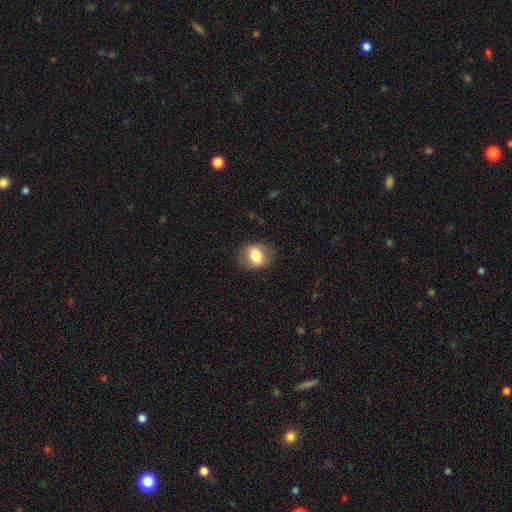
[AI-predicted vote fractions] Overall: smooth (75%). How rounded: in between (54%; round 44%). Merging: none (81%).